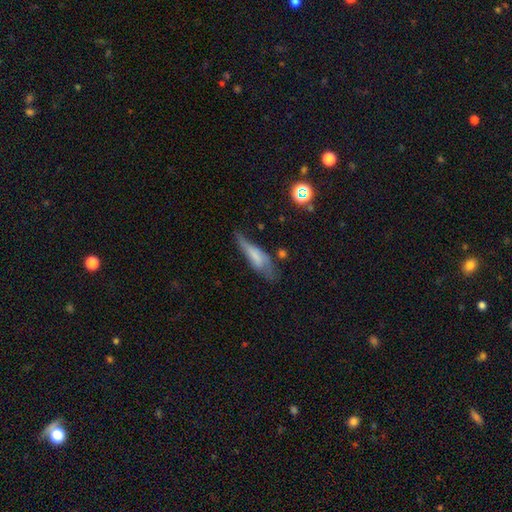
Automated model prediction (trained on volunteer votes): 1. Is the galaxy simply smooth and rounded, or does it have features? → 53% smooth, 38% featured or disk, 9% star or artifact.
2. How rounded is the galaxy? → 61% cigar-shaped, 36% in between, 3% round.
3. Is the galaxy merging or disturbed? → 40% none, 34% minor disturbance, 21% major disturbance, 5% merger.